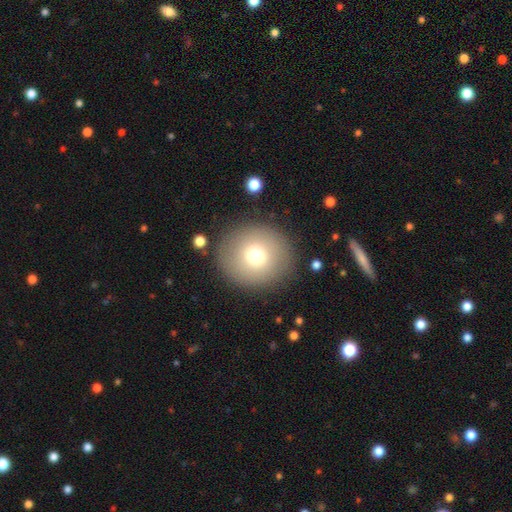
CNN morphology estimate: Smooth or featured? Predicted: smooth (p=0.73). How rounded? Predicted: round (p=0.92). Merging? Predicted: none (p=0.87).